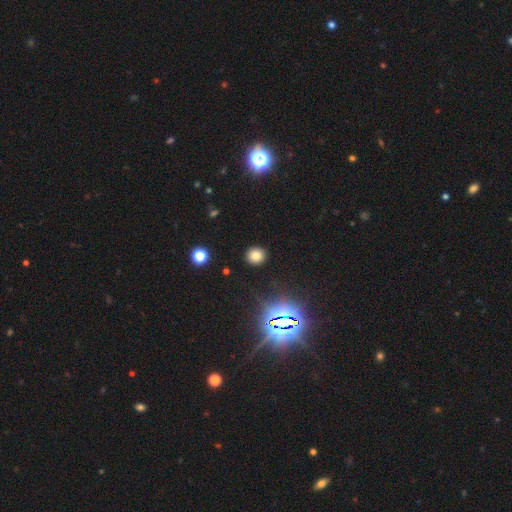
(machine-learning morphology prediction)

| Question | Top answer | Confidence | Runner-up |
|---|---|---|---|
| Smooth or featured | smooth | 76% | star or artifact (17%) |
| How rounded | round | 87% | in between (12%) |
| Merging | none | 91% | minor disturbance (6%) |